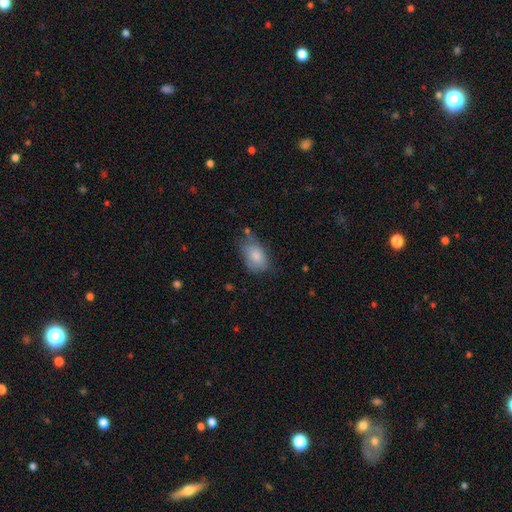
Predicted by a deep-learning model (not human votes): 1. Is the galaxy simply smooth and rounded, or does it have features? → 78% smooth, 15% featured or disk, 7% star or artifact.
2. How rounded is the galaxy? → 91% in between, 8% round, 2% cigar-shaped.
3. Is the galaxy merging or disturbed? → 44% none, 37% minor disturbance, 13% major disturbance, 6% merger.